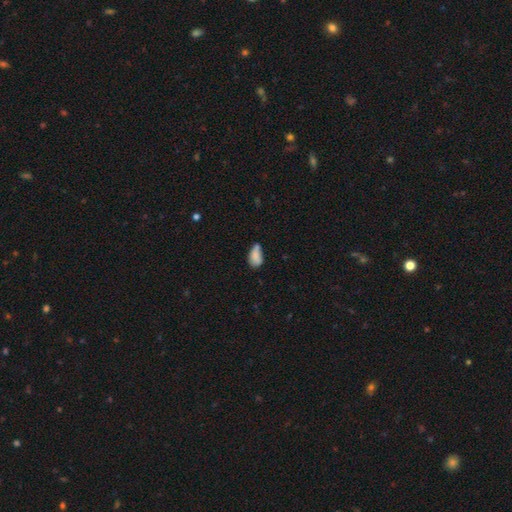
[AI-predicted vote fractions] Q: Smooth or featured?
A: smooth (79%); runner-up: featured or disk (12%)
Q: How rounded?
A: in between (89%); runner-up: round (7%)
Q: Merging?
A: minor disturbance (36%); runner-up: none (34%)